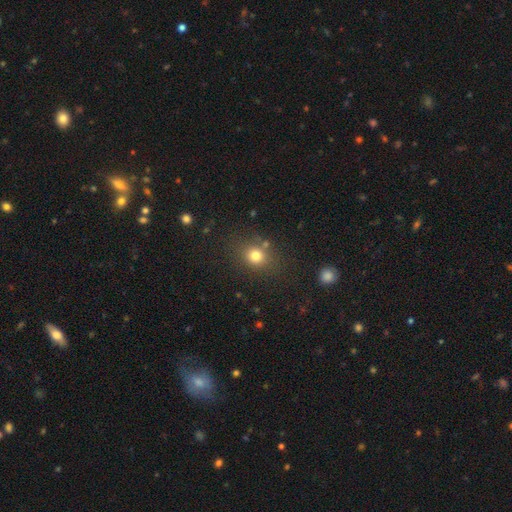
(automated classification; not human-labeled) This is likely a smooth galaxy (78%). How rounded: likely round (72%). Merging: likely none (77%).